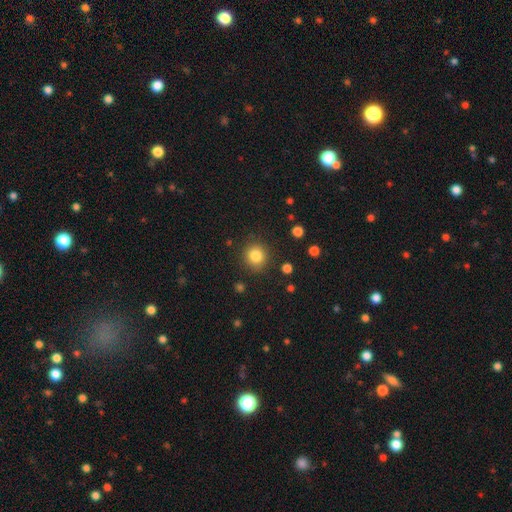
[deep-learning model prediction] A smooth galaxy with no disk features (83%) that is round (91%). Merging: none (89%).